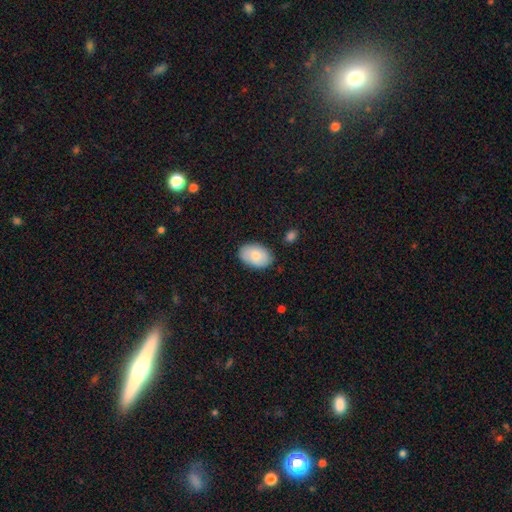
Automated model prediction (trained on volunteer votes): Smooth or featured: smooth — 79% (featured or disk — 14%)
How rounded: in between — 89% (round — 10%)
Merging: none — 83% (minor disturbance — 12%)